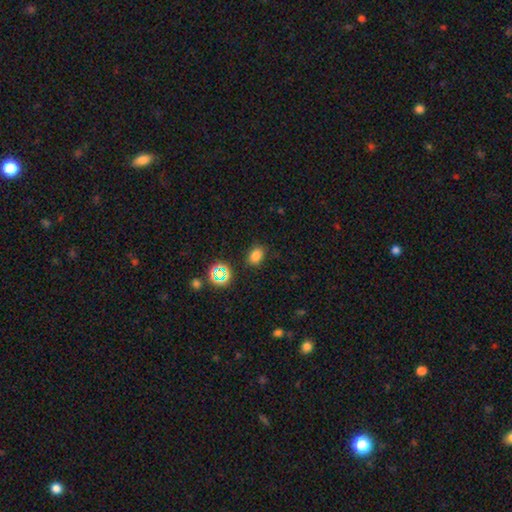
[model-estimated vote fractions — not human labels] Smooth or featured? smooth (76%)
How rounded? in between (70%)
Merging? none (82%)